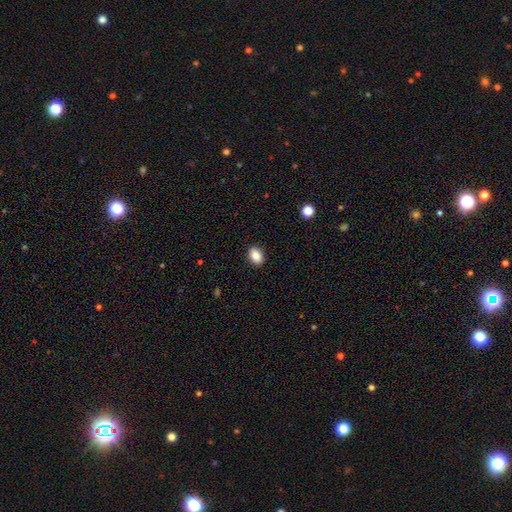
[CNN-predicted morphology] smooth_or_featured: smooth (p=0.86) [alt: star or artifact p=0.08]
how_rounded: in between (p=0.75) [alt: round p=0.24]
merging: none (p=0.90) [alt: minor disturbance p=0.07]